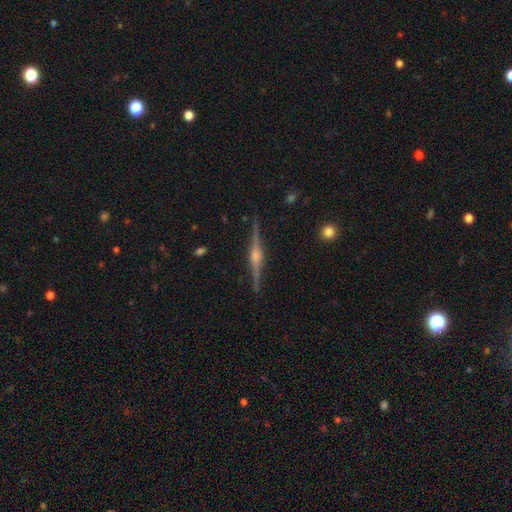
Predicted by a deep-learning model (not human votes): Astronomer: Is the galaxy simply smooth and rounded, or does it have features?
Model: featured or disk — 88%.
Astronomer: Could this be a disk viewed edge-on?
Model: yes — 99%.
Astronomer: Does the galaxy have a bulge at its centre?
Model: rounded — 85%.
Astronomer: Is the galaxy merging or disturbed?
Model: none — 91%.